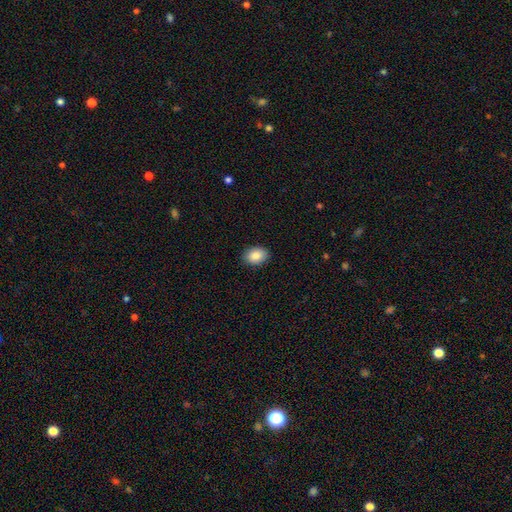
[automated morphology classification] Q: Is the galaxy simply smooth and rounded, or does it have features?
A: smooth — 87%.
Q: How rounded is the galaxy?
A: in between — 77%.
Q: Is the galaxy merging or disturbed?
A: none — 89%.